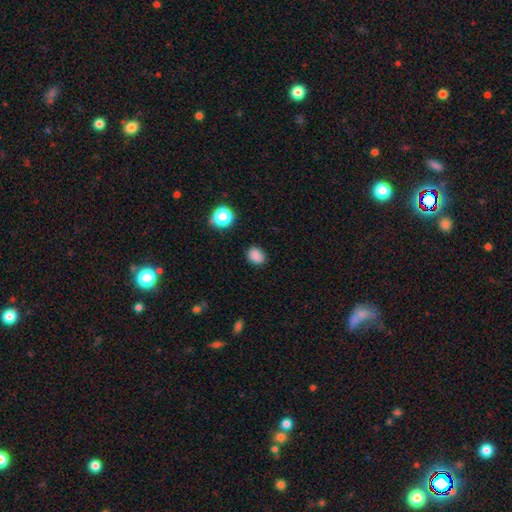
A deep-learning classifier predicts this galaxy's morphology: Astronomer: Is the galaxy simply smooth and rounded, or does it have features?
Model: smooth — 84%.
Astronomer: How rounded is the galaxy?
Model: in between — 55% (runner-up: round, 44%).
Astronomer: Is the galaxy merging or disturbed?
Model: none — 84%.